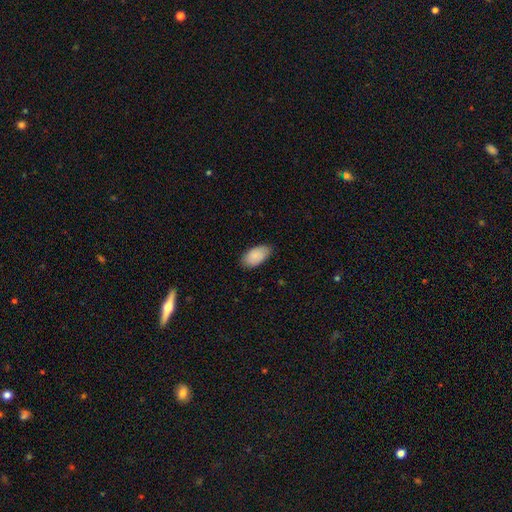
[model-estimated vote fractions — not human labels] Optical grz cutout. It shows a smooth galaxy with no disk features (88%) that is in between round and cigar-shaped (95%). Merging: none (81%).